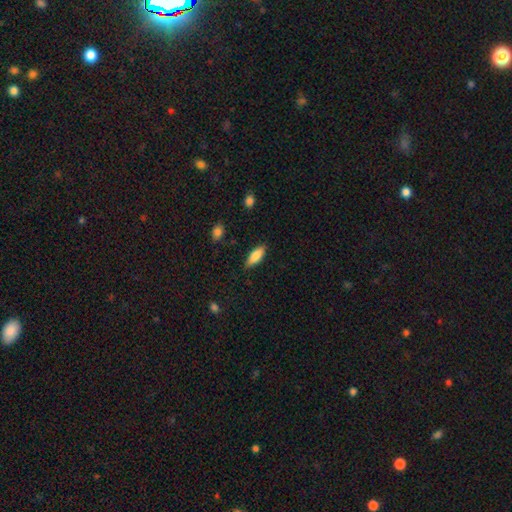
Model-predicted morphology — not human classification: Overall: smooth (82%). How rounded: in between (69%). Merging: none (84%).